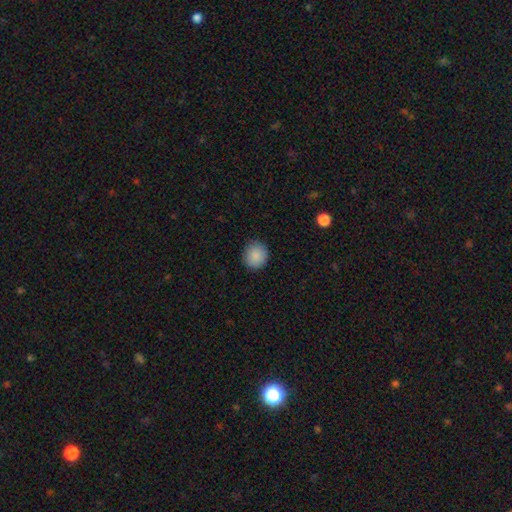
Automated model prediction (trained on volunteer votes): Q: Smooth or featured?
A: smooth (88%); runner-up: star or artifact (8%)
Q: How rounded?
A: round (89%); runner-up: in between (11%)
Q: Merging?
A: none (89%); runner-up: minor disturbance (8%)